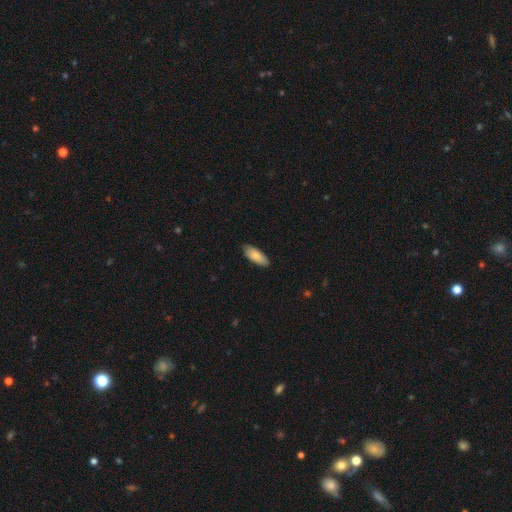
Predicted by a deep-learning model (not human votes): Q: Smooth or featured?
A: smooth (83%); runner-up: featured or disk (11%)
Q: How rounded?
A: in between (79%); runner-up: cigar-shaped (19%)
Q: Merging?
A: none (83%); runner-up: minor disturbance (14%)